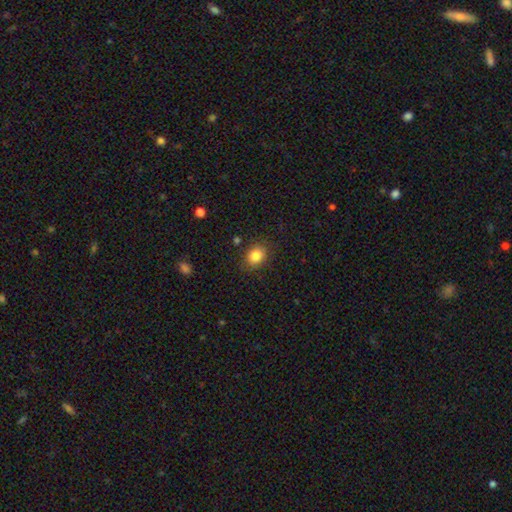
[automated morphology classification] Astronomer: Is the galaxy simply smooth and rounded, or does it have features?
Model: smooth — 84%.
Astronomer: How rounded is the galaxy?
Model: in between — 54% (runner-up: round, 45%).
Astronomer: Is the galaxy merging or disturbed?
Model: none — 84%.